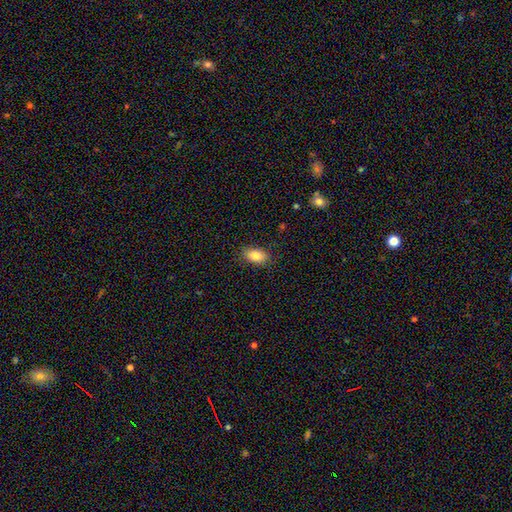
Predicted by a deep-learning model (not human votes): The model was most divided on "smooth or featured": smooth: 84%, featured or disk: 8%, star or artifact: 8%. More confident: how rounded — in between (90%); merging — none (87%).